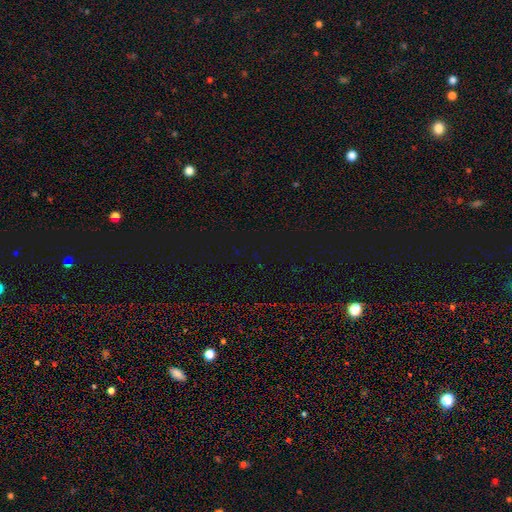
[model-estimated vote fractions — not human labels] Smooth or featured? Predicted: star or artifact (p=0.76).